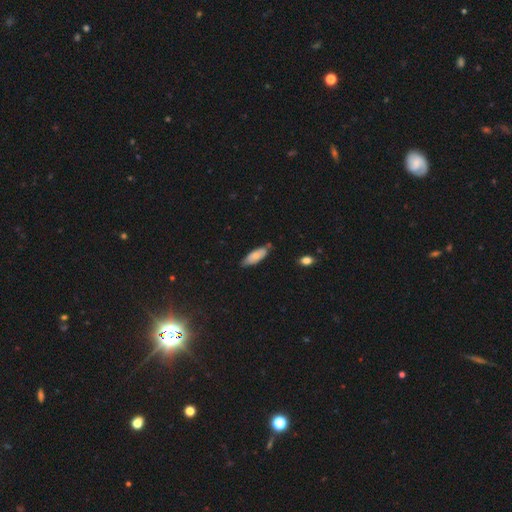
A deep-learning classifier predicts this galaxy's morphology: type=smooth (76%); roundness=in between (70%); merging=none (68%).